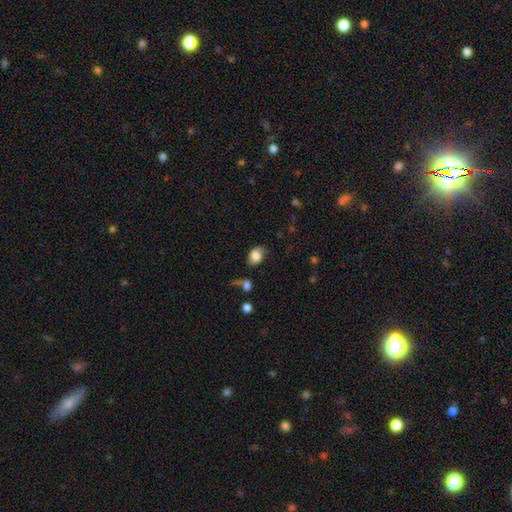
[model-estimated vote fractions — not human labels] smooth_or_featured: smooth (p=0.78) [alt: featured or disk p=0.13]
how_rounded: in between (p=0.69) [alt: round p=0.29]
merging: none (p=0.65) [alt: minor disturbance p=0.21]